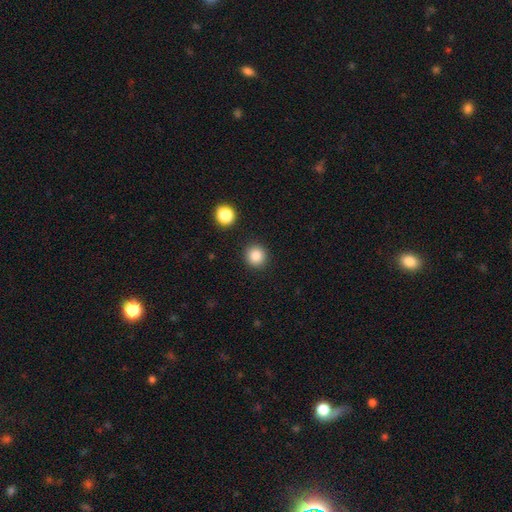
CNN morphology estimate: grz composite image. It shows a smooth galaxy with no disk features (85%) that is round (93%). Merging: none (90%).